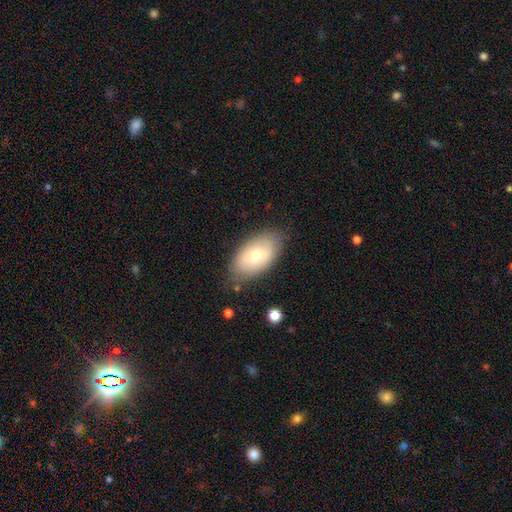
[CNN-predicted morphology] smooth 70%, featured or disk 23%, star or artifact 7%. Down the decision tree: how rounded — in between (94%); merging — none (79%).